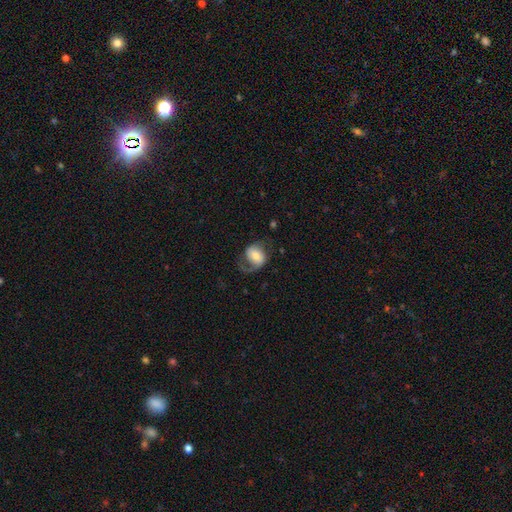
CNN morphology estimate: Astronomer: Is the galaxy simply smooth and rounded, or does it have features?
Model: featured or disk — 55% (runner-up: smooth, 38%).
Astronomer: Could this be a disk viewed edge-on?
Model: no — 96%.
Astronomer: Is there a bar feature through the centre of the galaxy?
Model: no — 42% (runner-up: weak, 36%).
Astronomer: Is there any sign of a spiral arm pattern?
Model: yes — 84%.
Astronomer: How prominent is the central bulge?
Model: moderate — 50% (runner-up: small, 31%).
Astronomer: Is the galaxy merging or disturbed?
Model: none — 49% (runner-up: major disturbance, 28%).